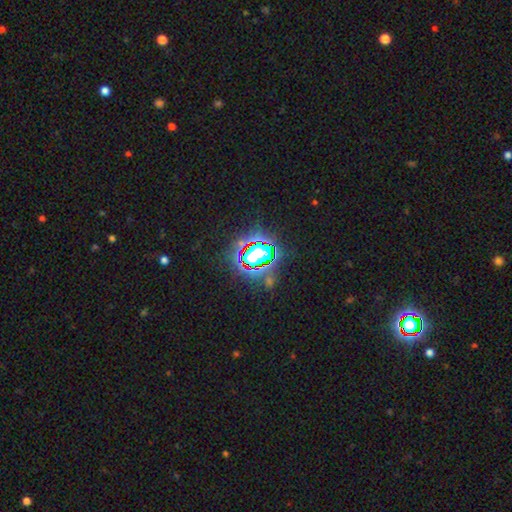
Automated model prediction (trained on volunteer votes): Smooth or featured?
  - star or artifact: 82% *
  - smooth: 11%
  - featured or disk: 7%